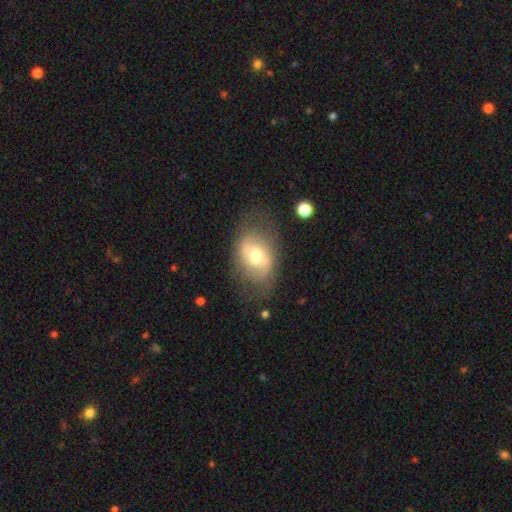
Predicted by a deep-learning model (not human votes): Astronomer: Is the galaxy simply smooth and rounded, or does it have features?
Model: featured or disk — 47% (runner-up: smooth, 45%).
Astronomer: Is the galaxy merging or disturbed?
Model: none — 66%.